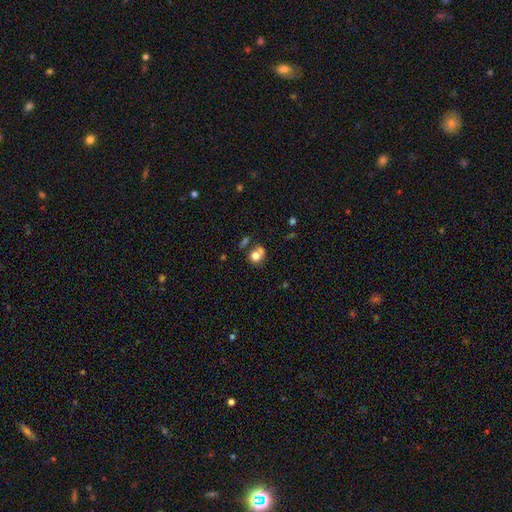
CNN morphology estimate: Overall: smooth (76%). How rounded: round (75%). Merging: none (46%; merger 31%).